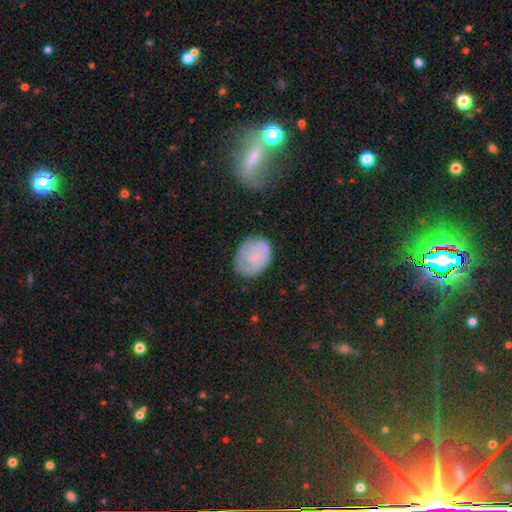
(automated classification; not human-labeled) Smooth or featured? Predicted: smooth (p=0.47). Merging? Predicted: none (p=0.72).